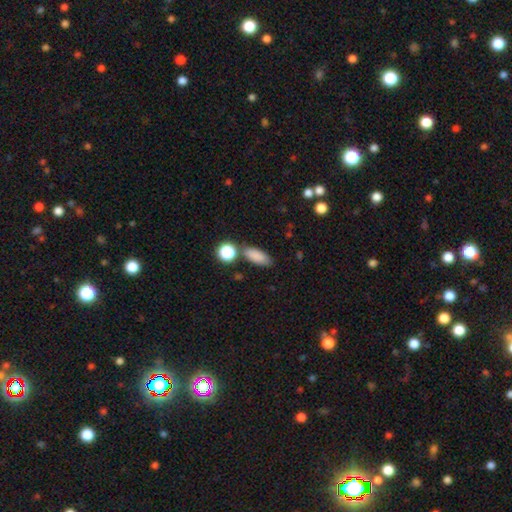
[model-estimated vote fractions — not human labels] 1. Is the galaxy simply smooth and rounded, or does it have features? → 84% smooth, 10% star or artifact, 6% featured or disk.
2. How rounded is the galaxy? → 79% in between, 15% cigar-shaped, 6% round.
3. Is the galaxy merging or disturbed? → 73% none, 13% minor disturbance, 10% merger, 4% major disturbance.